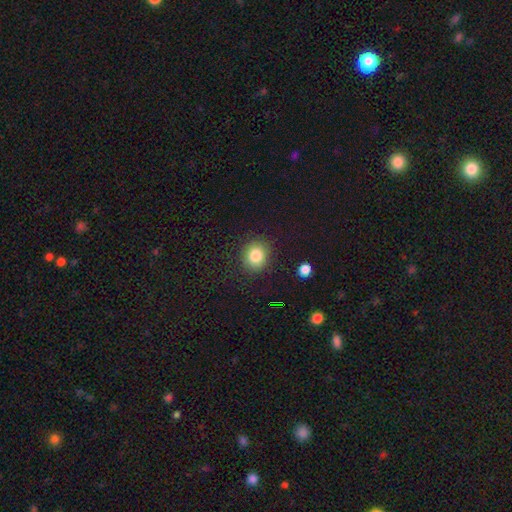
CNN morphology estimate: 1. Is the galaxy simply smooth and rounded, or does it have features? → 82% smooth, 11% star or artifact, 7% featured or disk.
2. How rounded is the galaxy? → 77% round, 22% in between, 1% cigar-shaped.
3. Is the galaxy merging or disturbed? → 86% none, 9% minor disturbance, 3% major disturbance, 2% merger.